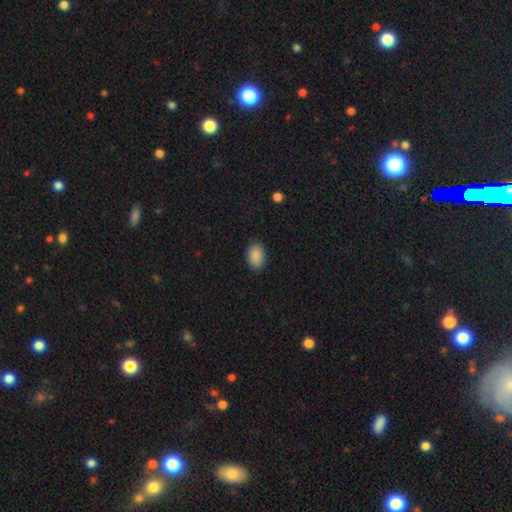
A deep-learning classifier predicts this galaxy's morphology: Smooth or featured?
  - smooth: 90% *
  - star or artifact: 8%
  - featured or disk: 3%
How rounded?
  - in between: 76% *
  - round: 23%
  - cigar-shaped: 1%
Merging?
  - none: 87% *
  - minor disturbance: 10%
  - major disturbance: 2%
  - merger: 1%